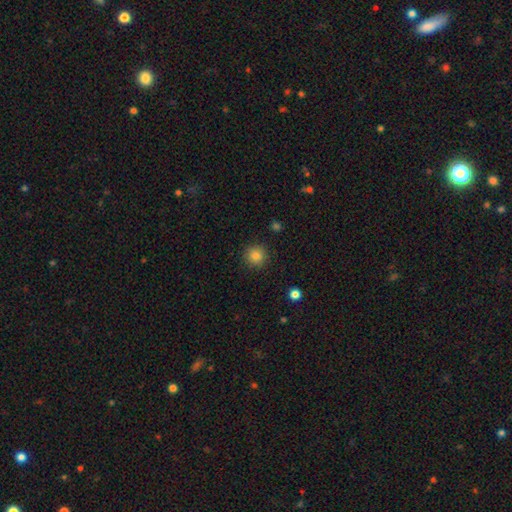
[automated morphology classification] Q: Smooth or featured?
A: smooth (84%); runner-up: star or artifact (11%)
Q: How rounded?
A: round (94%); runner-up: in between (5%)
Q: Merging?
A: none (91%); runner-up: minor disturbance (6%)